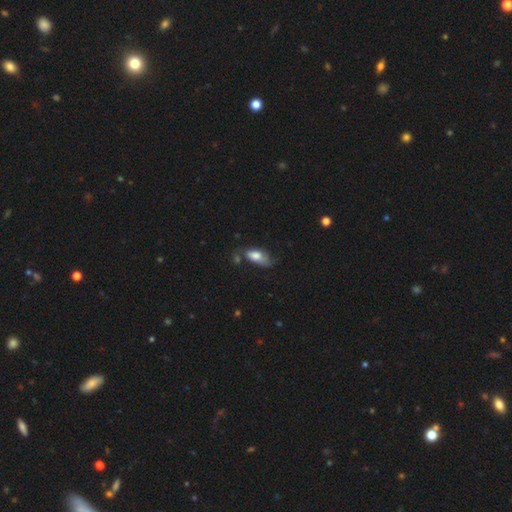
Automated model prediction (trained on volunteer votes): The model was most divided on "merging": none: 42%, minor disturbance: 33%, major disturbance: 19%, merger: 7%. More confident: how rounded — in between (88%); smooth or featured — smooth (69%).